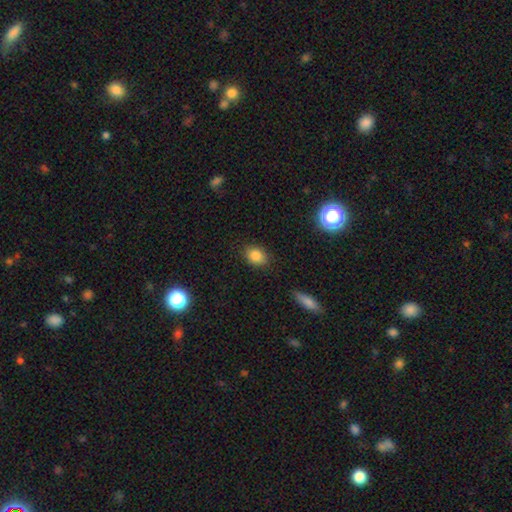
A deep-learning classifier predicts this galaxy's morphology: smooth-or-featured: smooth: 84% | star or artifact: 10% | featured or disk: 6%
  how-rounded: in between: 62% | round: 36% | cigar-shaped: 2%
  merging: none: 84% | minor disturbance: 12% | major disturbance: 3% | merger: 1%